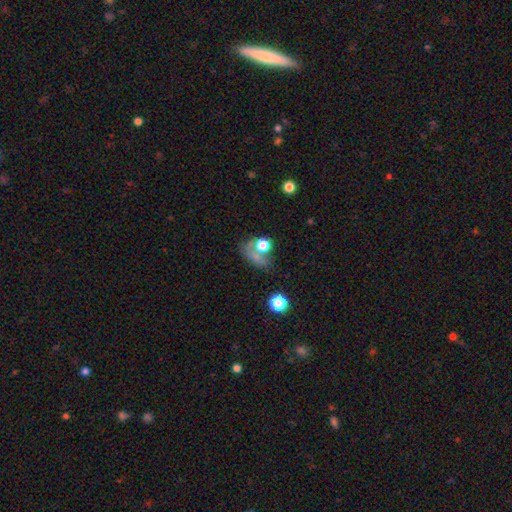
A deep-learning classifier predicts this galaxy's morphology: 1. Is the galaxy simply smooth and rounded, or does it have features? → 59% smooth, 22% star or artifact, 19% featured or disk.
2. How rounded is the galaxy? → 53% in between, 43% round, 4% cigar-shaped.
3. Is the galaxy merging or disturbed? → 42% none, 23% merger, 19% major disturbance, 17% minor disturbance.